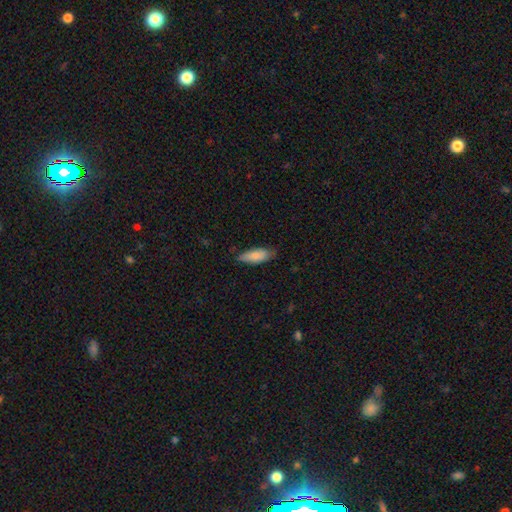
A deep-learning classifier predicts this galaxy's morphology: Smooth or featured? Predicted: smooth (p=0.81). How rounded? Predicted: in between (p=0.74). Merging? Predicted: none (p=0.75).